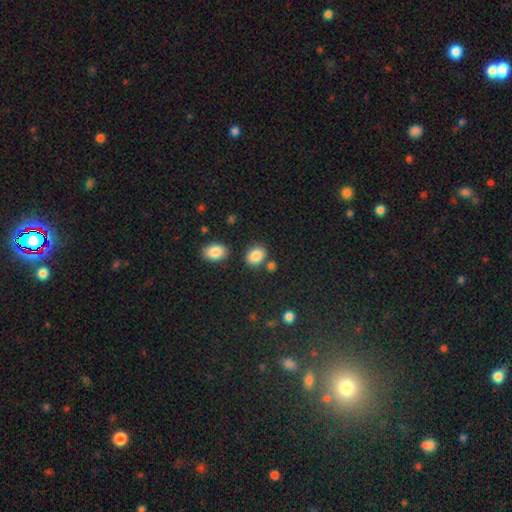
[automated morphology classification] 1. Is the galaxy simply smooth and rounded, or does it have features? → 87% smooth, 9% star or artifact, 4% featured or disk.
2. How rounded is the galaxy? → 63% in between, 36% round, 1% cigar-shaped.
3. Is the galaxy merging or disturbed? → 74% none, 13% minor disturbance, 9% merger, 4% major disturbance.